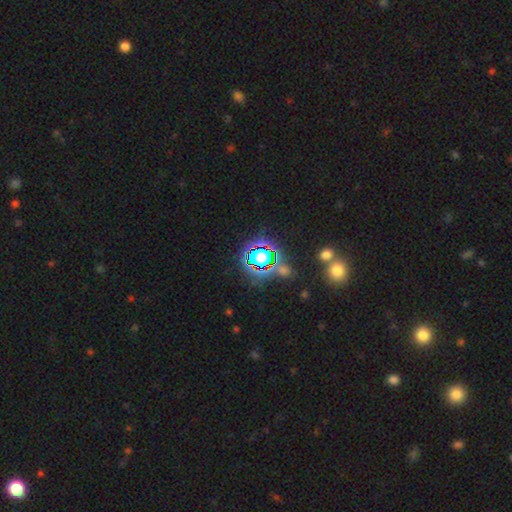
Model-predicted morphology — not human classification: Overall: star or artifact (77%).